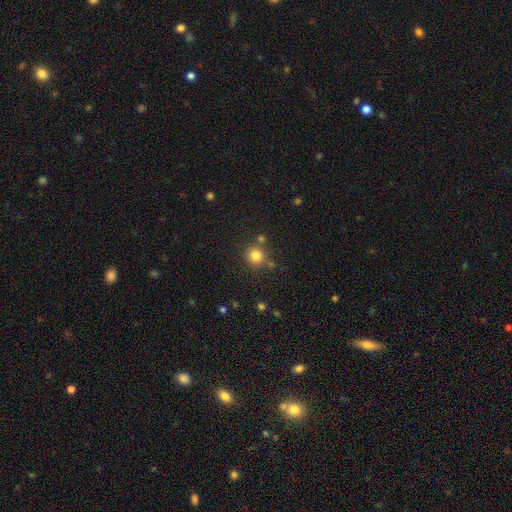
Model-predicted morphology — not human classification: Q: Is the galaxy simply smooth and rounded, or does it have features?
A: smooth — 81%.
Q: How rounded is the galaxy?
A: round — 92%.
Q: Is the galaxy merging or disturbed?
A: none — 80%.